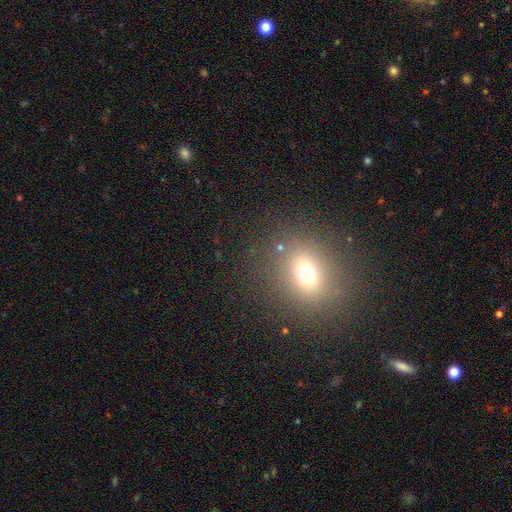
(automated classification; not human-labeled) Smooth or featured: smooth — 64% (star or artifact — 22%)
How rounded: round — 54% (in between — 44%)
Merging: none — 86% (minor disturbance — 9%)